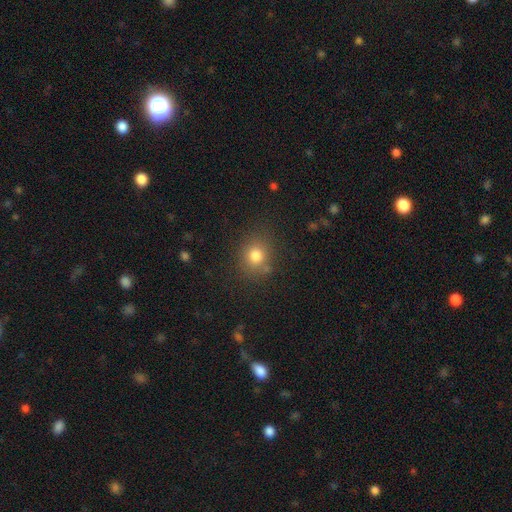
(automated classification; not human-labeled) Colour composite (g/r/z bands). It shows a smooth galaxy with no disk features (78%) that is round (75%). Merging: none (78%).